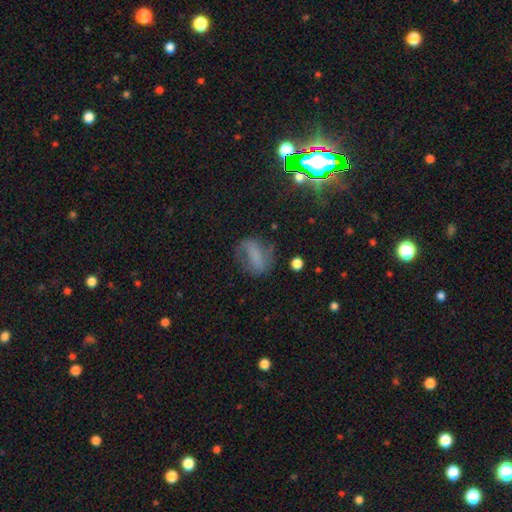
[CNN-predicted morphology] This appears to be a smooth galaxy with no disk features (50%) that is in between round and cigar-shaped (67%). Merging: none (57%).